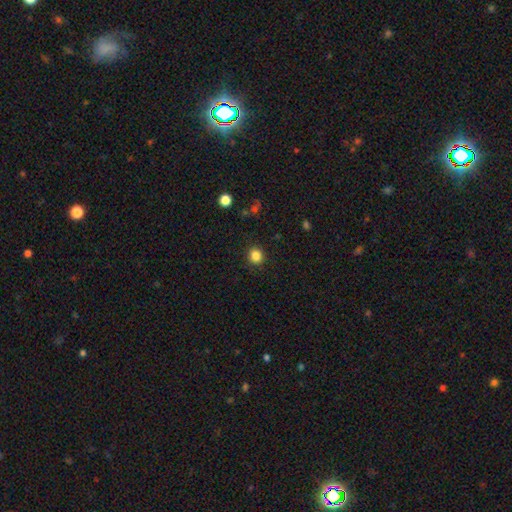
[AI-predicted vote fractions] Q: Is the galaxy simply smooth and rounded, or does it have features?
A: smooth — 84%.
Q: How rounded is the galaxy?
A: round — 85%.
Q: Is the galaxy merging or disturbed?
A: none — 90%.